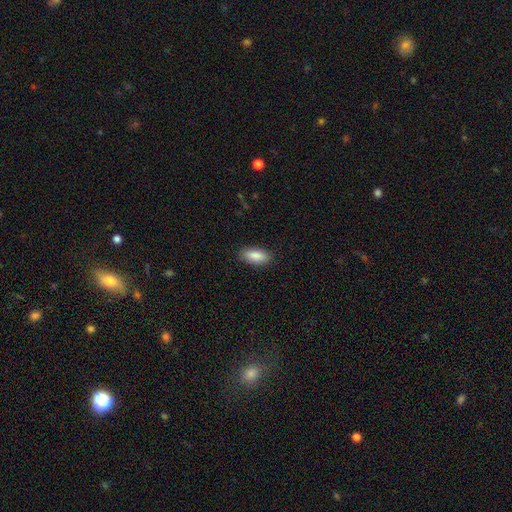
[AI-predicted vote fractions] The model was most divided on "how rounded": in between: 85%, cigar-shaped: 13%, round: 2%. More confident: smooth or featured — smooth (89%); merging — none (88%).